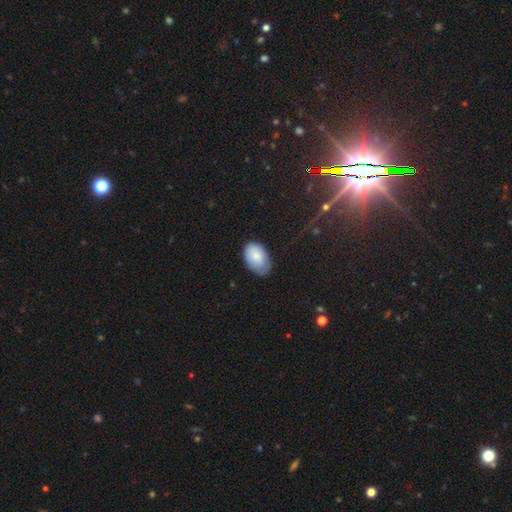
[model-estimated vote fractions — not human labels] The model was most divided on "merging": none: 67%, minor disturbance: 27%, major disturbance: 4%, merger: 1%. More confident: how rounded — in between (92%); smooth or featured — smooth (83%).